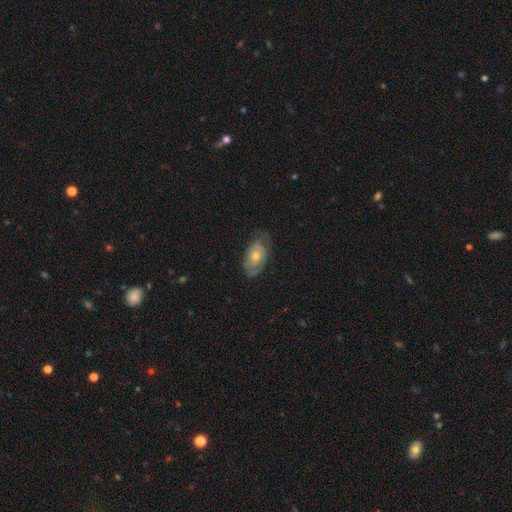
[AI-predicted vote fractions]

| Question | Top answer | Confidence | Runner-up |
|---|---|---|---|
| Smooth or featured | featured or disk | 60% | smooth (32%) |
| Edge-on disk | no | 91% | yes (9%) |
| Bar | no | 83% | weak (15%) |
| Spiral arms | yes | 59% | no (41%) |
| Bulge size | moderate | 63% | small (31%) |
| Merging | none | 66% | minor disturbance (24%) |